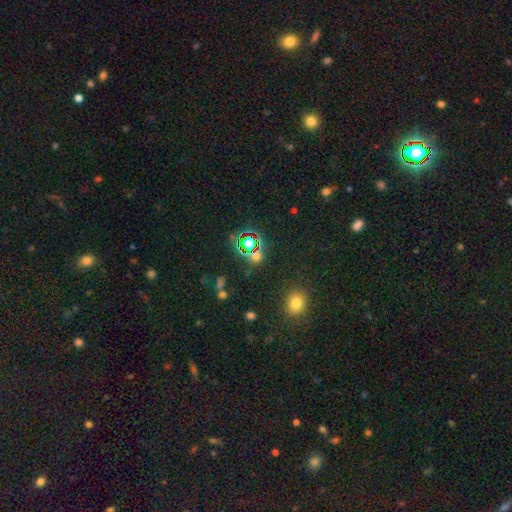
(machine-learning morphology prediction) type=star or artifact (62%).